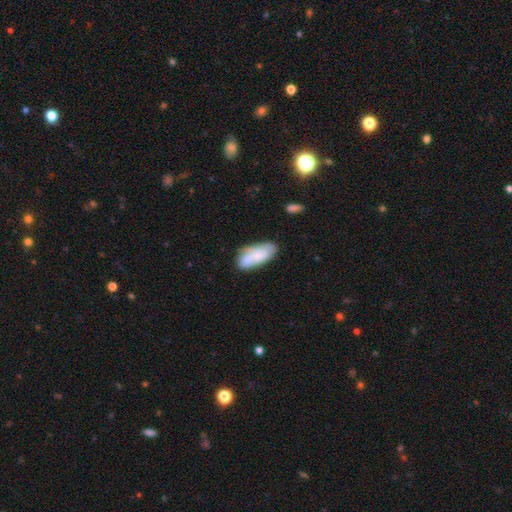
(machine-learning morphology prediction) A smooth galaxy with no disk features (65%) that is in between round and cigar-shaped (83%). Merging: none (63%).